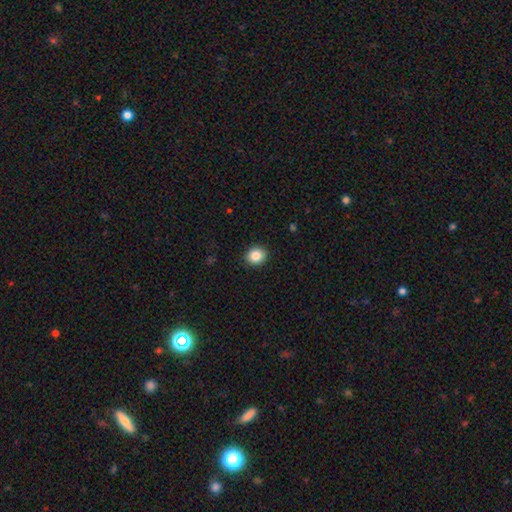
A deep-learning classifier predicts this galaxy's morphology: Smooth or featured: smooth — 86% (star or artifact — 9%)
How rounded: round — 77% (in between — 22%)
Merging: none — 92% (minor disturbance — 6%)